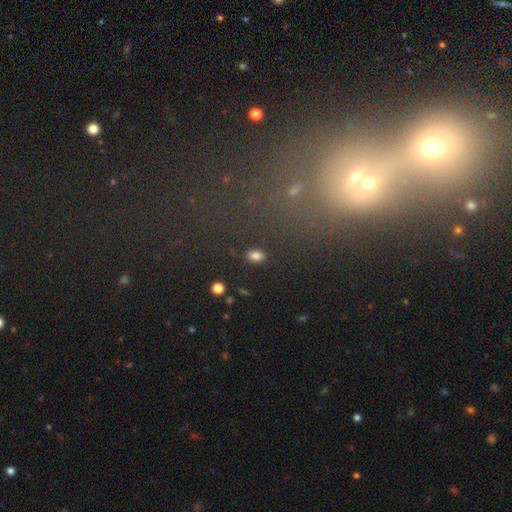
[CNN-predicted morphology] Overall: smooth (83%). How rounded: in between (89%). Merging: none (86%).